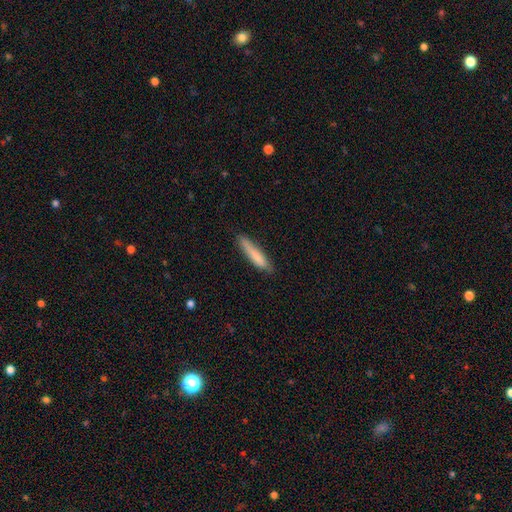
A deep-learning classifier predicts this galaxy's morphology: A smooth galaxy with no disk features (80%) that is cigar-shaped (89%).

Vote fractions:
- Smooth or featured? smooth: 80% / featured or disk: 14% / star or artifact: 6%
- How rounded? cigar-shaped: 89% / in between: 10% / round: 1%
- Merging? none: 77% / minor disturbance: 18% / major disturbance: 3% / merger: 2%